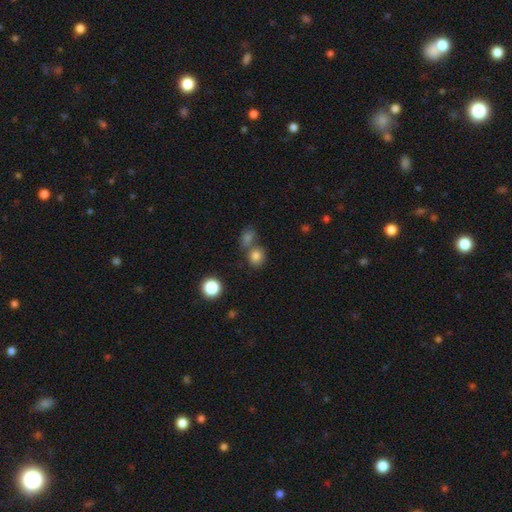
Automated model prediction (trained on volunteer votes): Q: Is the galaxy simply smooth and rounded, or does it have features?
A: smooth — 80%.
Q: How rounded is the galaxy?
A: round — 77%.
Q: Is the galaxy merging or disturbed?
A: none — 59%.